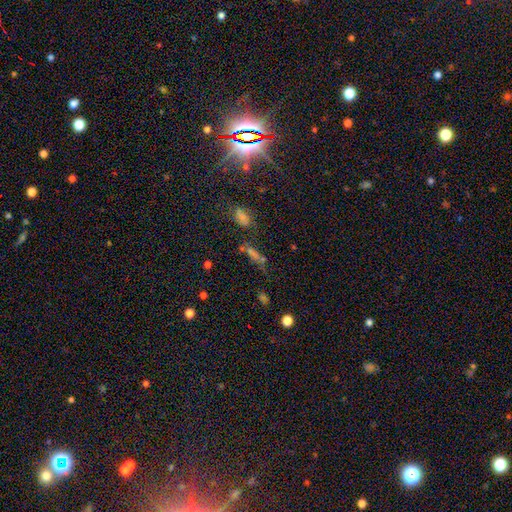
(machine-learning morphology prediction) The model was most divided on "smooth or featured": star or artifact: 41%, smooth: 39%, featured or disk: 20%.